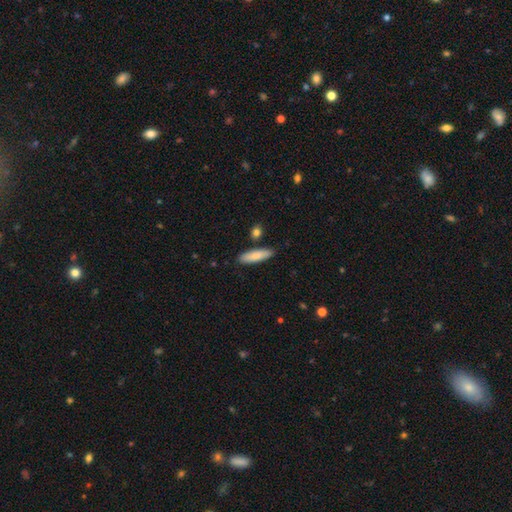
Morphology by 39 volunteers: smooth 85%, featured or disk 13%, star or artifact 3%. Down the decision tree: how rounded — cigar-shaped (52%); merging — none (87%).